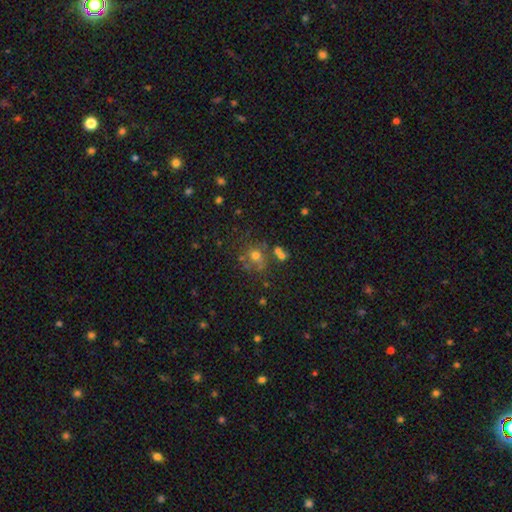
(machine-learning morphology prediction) Smooth or featured? Predicted: smooth (p=0.60). How rounded? Predicted: round (p=0.77). Merging? Predicted: none (p=0.57).